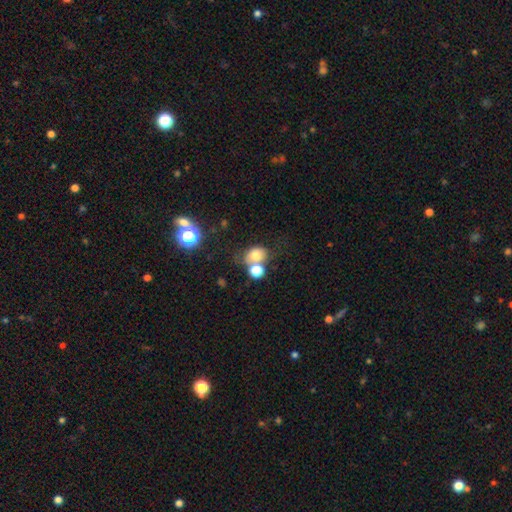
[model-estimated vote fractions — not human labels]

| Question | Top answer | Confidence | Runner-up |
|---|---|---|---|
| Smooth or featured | smooth | 73% | star or artifact (14%) |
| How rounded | round | 60% | in between (39%) |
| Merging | none | 45% | merger (36%) |